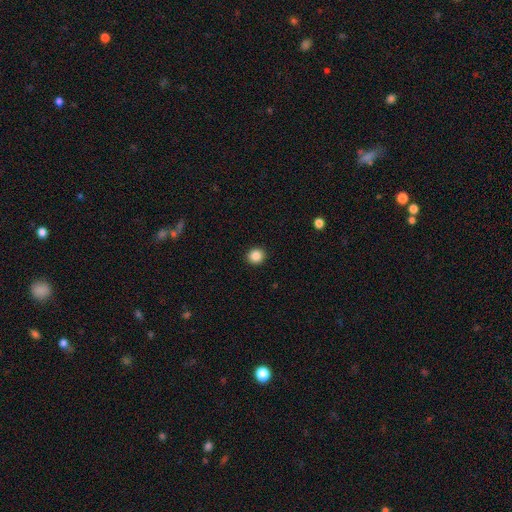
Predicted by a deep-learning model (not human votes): smooth_or_featured: smooth (p=0.86) [alt: star or artifact p=0.10]
how_rounded: round (p=0.91) [alt: in between p=0.08]
merging: none (p=0.93) [alt: minor disturbance p=0.05]